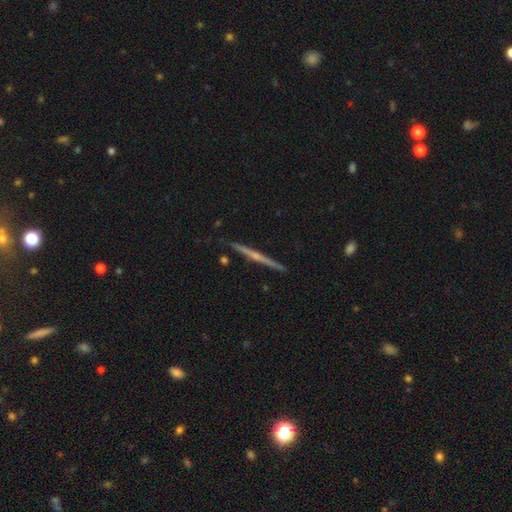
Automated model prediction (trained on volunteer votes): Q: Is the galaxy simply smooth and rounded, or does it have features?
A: featured or disk — 77%.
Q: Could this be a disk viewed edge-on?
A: yes — 98%.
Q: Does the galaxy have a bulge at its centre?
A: rounded — 65%.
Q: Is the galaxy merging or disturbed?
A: none — 91%.